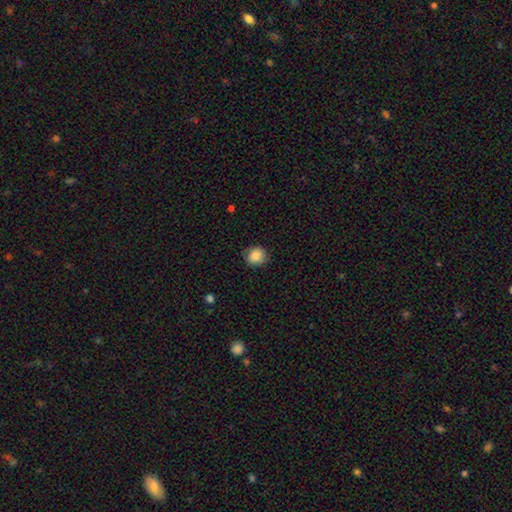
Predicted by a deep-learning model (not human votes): The model was most divided on "how rounded": round: 79%, in between: 20%, cigar-shaped: 1%. More confident: smooth or featured — smooth (86%); merging — none (81%).